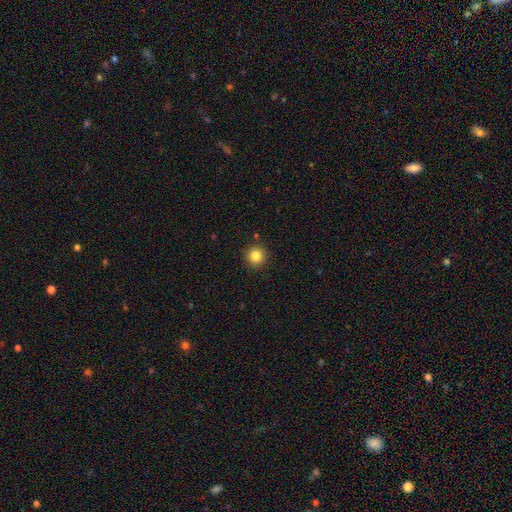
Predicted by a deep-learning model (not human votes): smooth 84%, star or artifact 11%, featured or disk 5%. Down the decision tree: how rounded — round (94%); merging — none (90%).